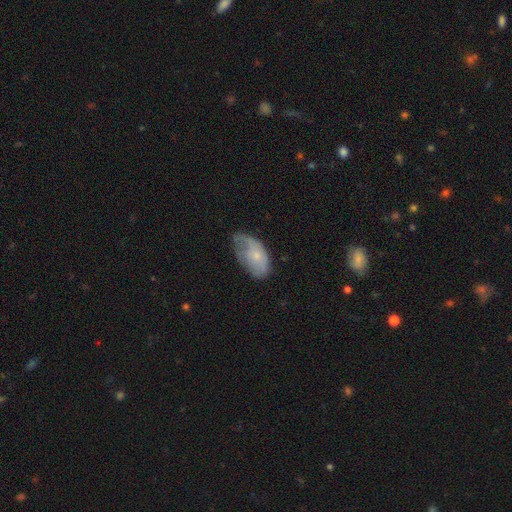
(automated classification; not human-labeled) Q: Smooth or featured?
A: smooth (58%); runner-up: featured or disk (35%)
Q: How rounded?
A: in between (93%); runner-up: round (5%)
Q: Merging?
A: minor disturbance (39%); runner-up: none (38%)